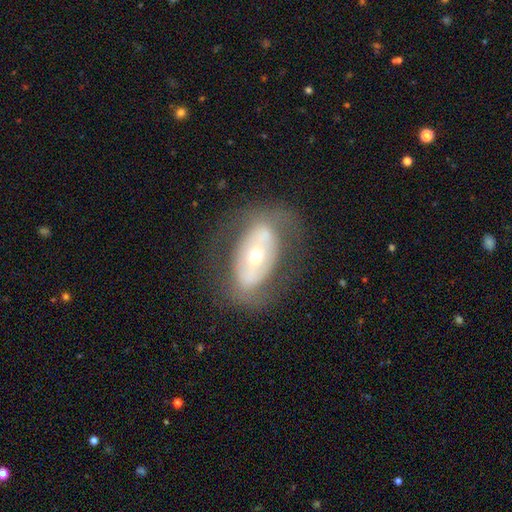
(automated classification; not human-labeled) smooth_or_featured: featured or disk (p=0.64) [alt: smooth p=0.28]
disk_edge_on: no (p=0.89) [alt: yes p=0.11]
bar: no (p=0.57) [alt: strong p=0.23]
has_spiral_arms: no (p=0.70) [alt: yes p=0.30]
bulge_size: moderate (p=0.51) [alt: small p=0.42]
merging: none (p=0.66) [alt: minor disturbance p=0.17]